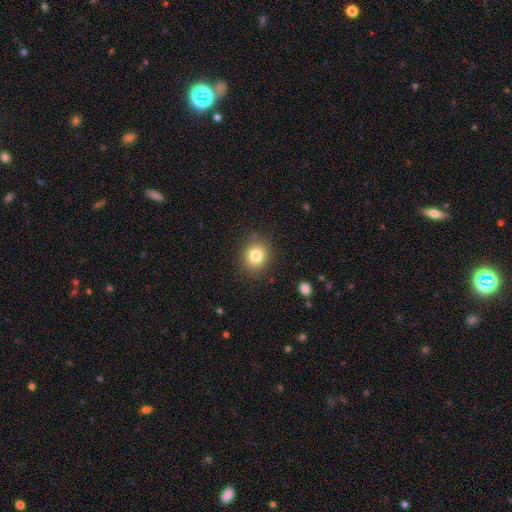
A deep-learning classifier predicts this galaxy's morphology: A smooth galaxy with no disk features (81%) that is round (71%).

Vote fractions:
- Smooth or featured? smooth: 81% / star or artifact: 11% / featured or disk: 8%
- How rounded? round: 71% / in between: 28% / cigar-shaped: 1%
- Merging? none: 86% / minor disturbance: 9% / major disturbance: 3% / merger: 2%